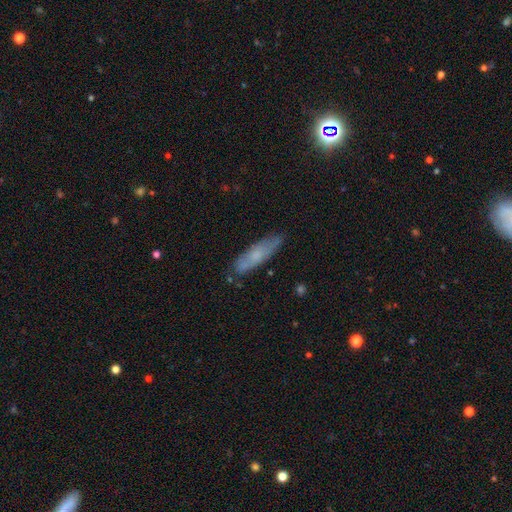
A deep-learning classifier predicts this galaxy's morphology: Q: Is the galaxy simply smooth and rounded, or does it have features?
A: smooth — 58%.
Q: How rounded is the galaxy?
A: cigar-shaped — 68%.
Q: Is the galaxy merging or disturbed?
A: none — 79%.